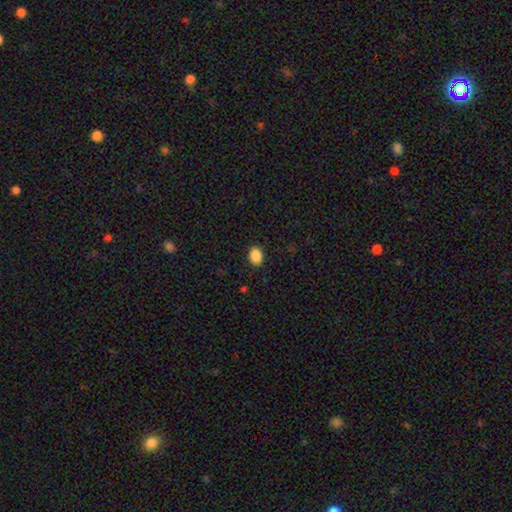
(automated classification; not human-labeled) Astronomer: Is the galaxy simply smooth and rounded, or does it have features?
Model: smooth — 89%.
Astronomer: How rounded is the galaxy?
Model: in between — 70%.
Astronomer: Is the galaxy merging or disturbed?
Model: none — 89%.